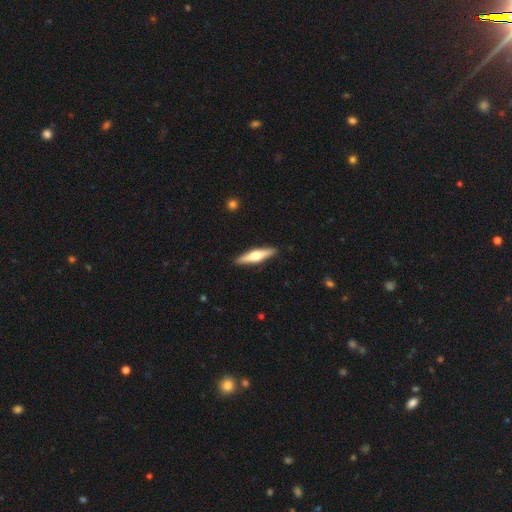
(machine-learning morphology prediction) This appears to be a featured or disk galaxy (57%) viewed edge-on (96%) with a rounded central bulge (92%). Merging: none (91%).